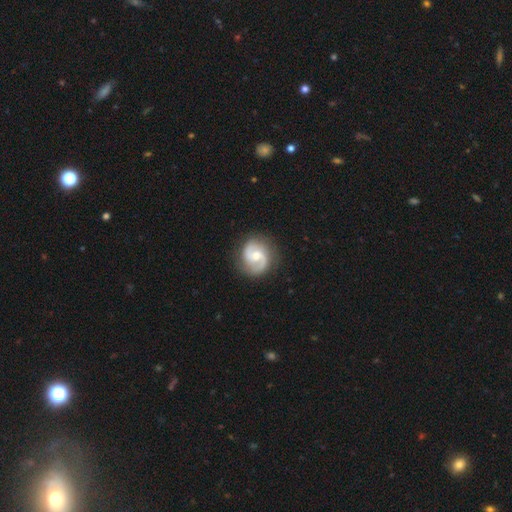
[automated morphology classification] Q: Smooth or featured?
A: featured or disk (86%); runner-up: smooth (9%)
Q: Edge-on disk?
A: no (98%); runner-up: yes (2%)
Q: Bar?
A: no (47%); runner-up: weak (44%)
Q: Spiral arms?
A: yes (97%); runner-up: no (3%)
Q: Spiral winding?
A: medium (55%); runner-up: tight (25%)
Q: Spiral arm count?
A: 2 (92%); runner-up: can't tell (2%)
Q: Bulge size?
A: moderate (59%); runner-up: small (35%)
Q: Merging?
A: none (85%); runner-up: minor disturbance (10%)